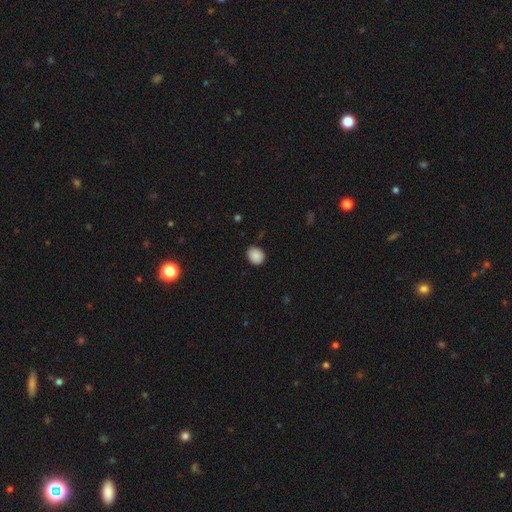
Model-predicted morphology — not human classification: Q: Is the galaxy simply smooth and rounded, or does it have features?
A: smooth — 89%.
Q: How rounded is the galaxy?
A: round — 66%.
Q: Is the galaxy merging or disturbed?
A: none — 87%.